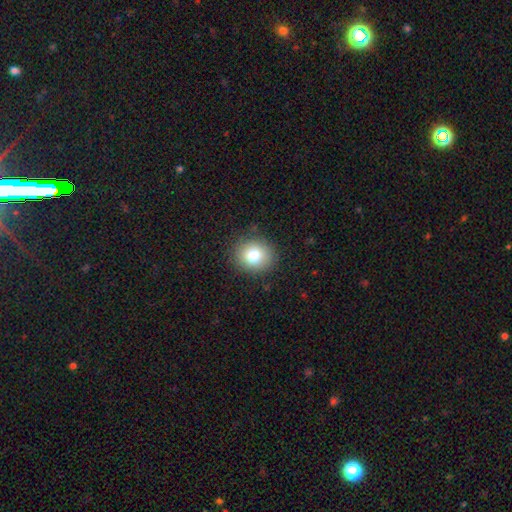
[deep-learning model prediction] Q: Smooth or featured?
A: smooth (78%); runner-up: star or artifact (12%)
Q: How rounded?
A: round (79%); runner-up: in between (20%)
Q: Merging?
A: none (90%); runner-up: minor disturbance (7%)